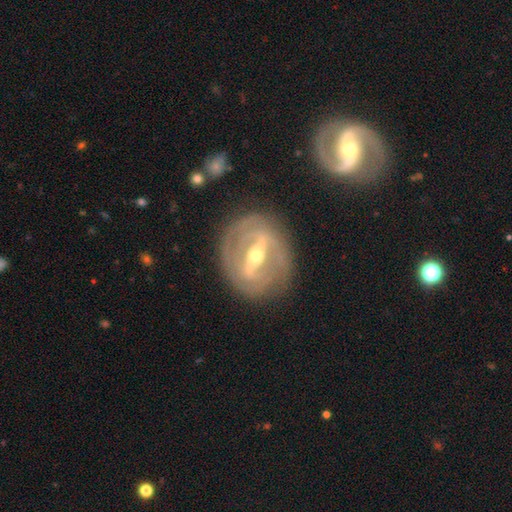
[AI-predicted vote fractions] The model was most divided on "spiral arms": yes: 56%, no: 44%. More confident: edge-on disk — no (85%); smooth or featured — featured or disk (83%); merging — none (80%); bar — strong (78%); bulge size — moderate (59%).